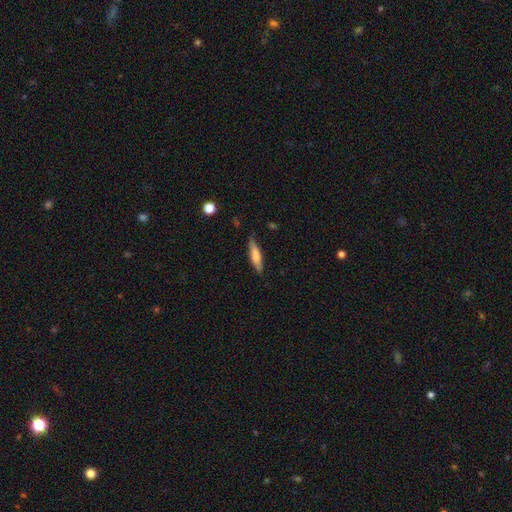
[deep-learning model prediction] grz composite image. It shows a smooth galaxy with no disk features (67%) that is cigar-shaped (73%). Merging: none (78%).